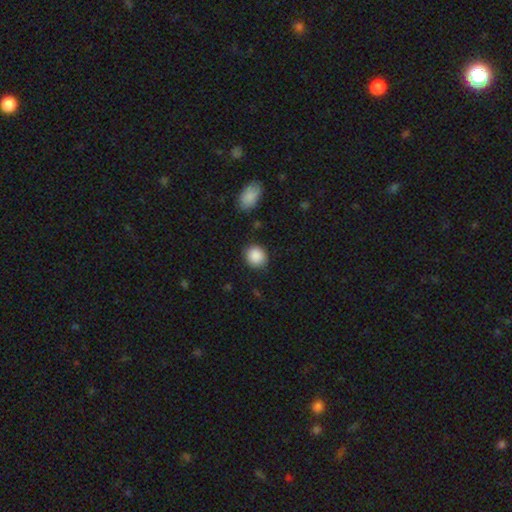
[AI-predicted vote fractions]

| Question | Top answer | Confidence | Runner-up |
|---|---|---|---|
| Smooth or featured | smooth | 89% | star or artifact (8%) |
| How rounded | round | 79% | in between (20%) |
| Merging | none | 86% | minor disturbance (9%) |